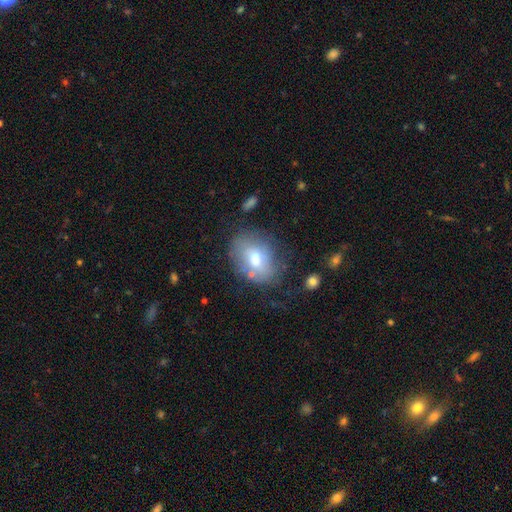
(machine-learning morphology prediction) Smooth or featured?
  - smooth: 61% *
  - featured or disk: 30%
  - star or artifact: 9%
How rounded?
  - in between: 69% *
  - round: 30%
  - cigar-shaped: 1%
Merging?
  - none: 57% *
  - minor disturbance: 24%
  - major disturbance: 13%
  - merger: 7%